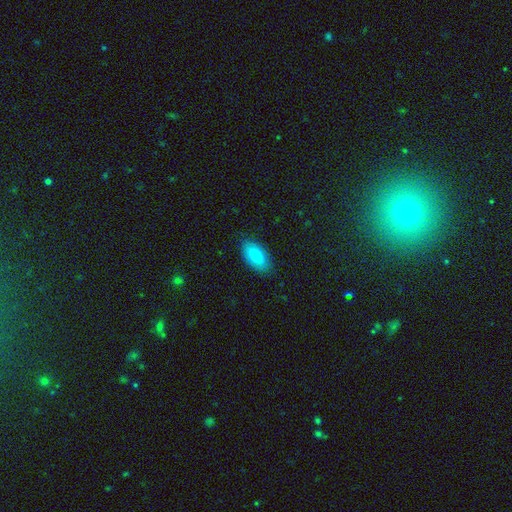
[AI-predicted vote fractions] This appears to be a smooth galaxy with no disk features (81%) that is in between round and cigar-shaped (93%). Merging: none (86%).